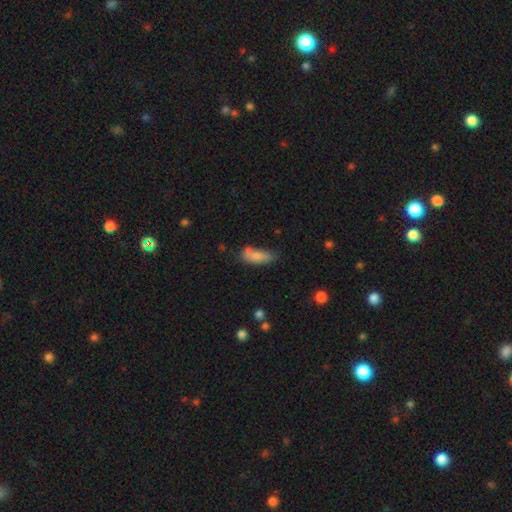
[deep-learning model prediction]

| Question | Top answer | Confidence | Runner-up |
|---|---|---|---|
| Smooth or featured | smooth | 76% | featured or disk (16%) |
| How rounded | in between | 72% | cigar-shaped (25%) |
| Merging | none | 51% | minor disturbance (27%) |